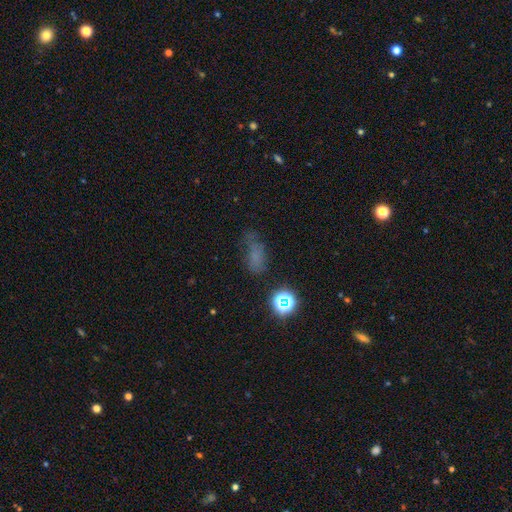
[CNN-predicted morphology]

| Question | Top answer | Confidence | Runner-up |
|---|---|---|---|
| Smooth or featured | smooth | 55% | star or artifact (28%) |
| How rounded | in between | 77% | round (14%) |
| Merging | none | 45% | minor disturbance (28%) |